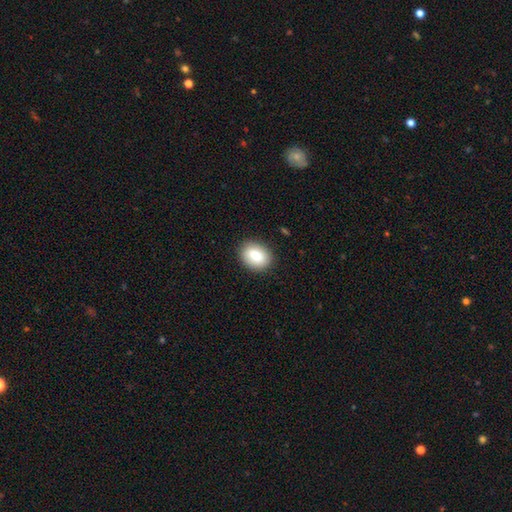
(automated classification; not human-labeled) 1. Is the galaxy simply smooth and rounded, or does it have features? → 83% smooth, 9% featured or disk, 7% star or artifact.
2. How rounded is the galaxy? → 69% in between, 30% round, 1% cigar-shaped.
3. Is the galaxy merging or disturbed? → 87% none, 9% minor disturbance, 2% major disturbance, 1% merger.